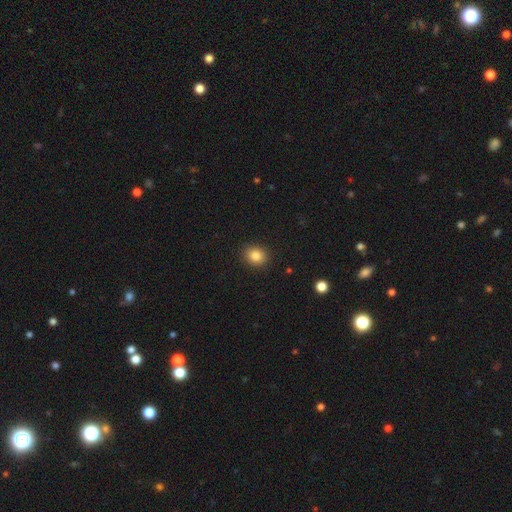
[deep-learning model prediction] Q: Smooth or featured?
A: smooth (84%); runner-up: star or artifact (10%)
Q: How rounded?
A: round (66%); runner-up: in between (33%)
Q: Merging?
A: none (90%); runner-up: minor disturbance (7%)